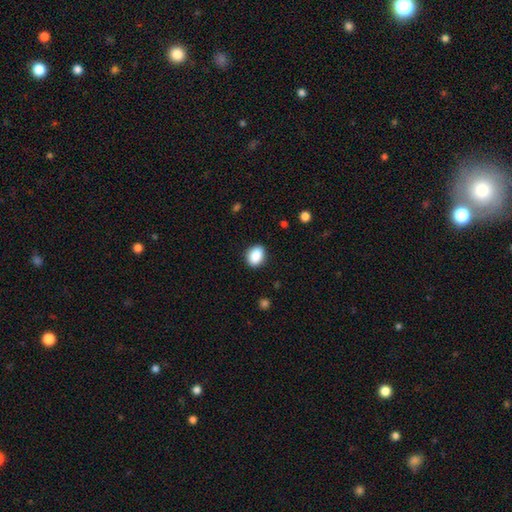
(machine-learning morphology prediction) A smooth galaxy with no disk features (89%) that is in between round and cigar-shaped (71%).

Vote fractions:
- Smooth or featured? smooth: 89% / star or artifact: 8% / featured or disk: 3%
- How rounded? in between: 71% / round: 28% / cigar-shaped: 1%
- Merging? none: 88% / minor disturbance: 9% / major disturbance: 2% / merger: 1%